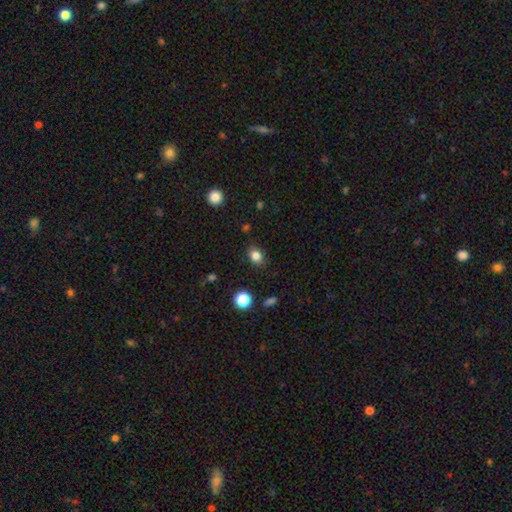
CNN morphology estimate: smooth 83%, star or artifact 11%, featured or disk 6%. Down the decision tree: how rounded — in between (62%); merging — none (82%).